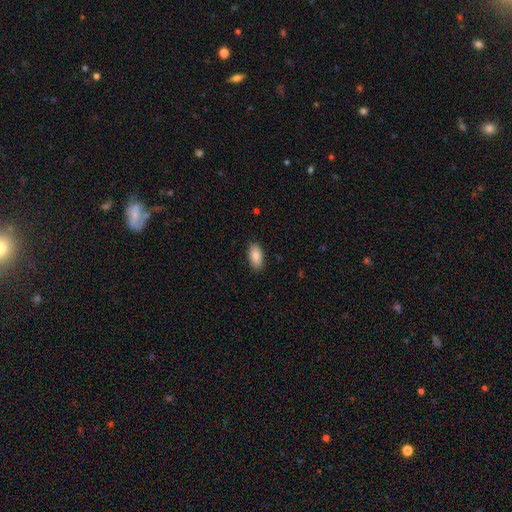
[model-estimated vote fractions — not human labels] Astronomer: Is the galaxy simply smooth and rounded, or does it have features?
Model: smooth — 87%.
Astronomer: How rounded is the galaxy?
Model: in between — 93%.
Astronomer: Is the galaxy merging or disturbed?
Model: none — 89%.